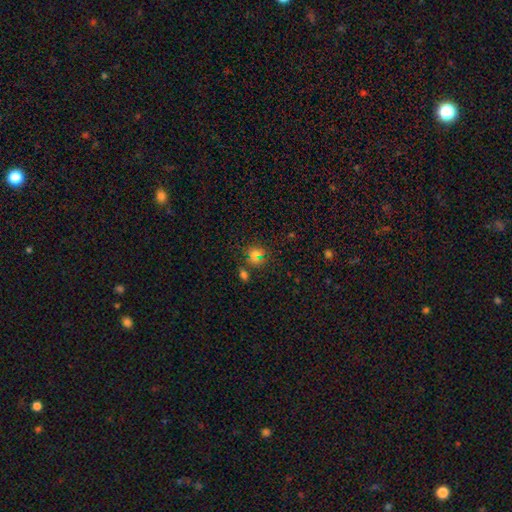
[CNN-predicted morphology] smooth 63%, star or artifact 29%, featured or disk 8%. Down the decision tree: how rounded — round (77%); merging — none (74%).